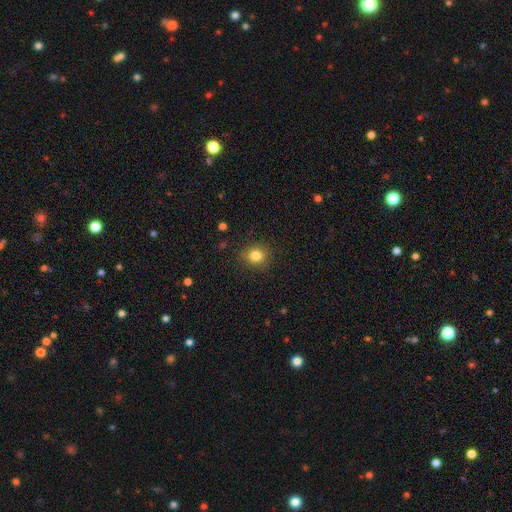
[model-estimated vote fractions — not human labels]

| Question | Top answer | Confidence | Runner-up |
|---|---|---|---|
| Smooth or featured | smooth | 82% | star or artifact (12%) |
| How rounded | round | 82% | in between (17%) |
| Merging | none | 88% | minor disturbance (8%) |